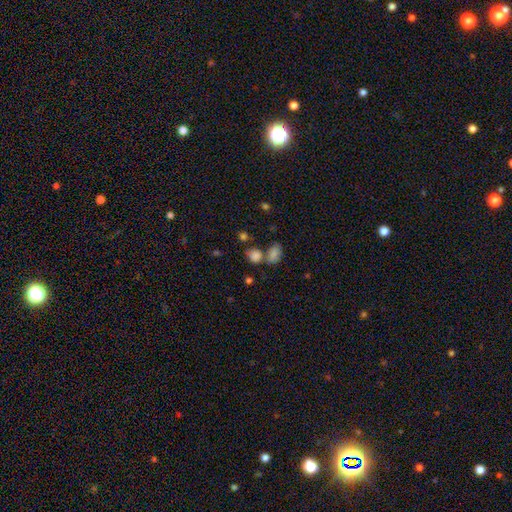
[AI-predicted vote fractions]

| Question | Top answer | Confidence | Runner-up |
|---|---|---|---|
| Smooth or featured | smooth | 81% | star or artifact (13%) |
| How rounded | round | 55% | in between (44%) |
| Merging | none | 48% | merger (34%) |